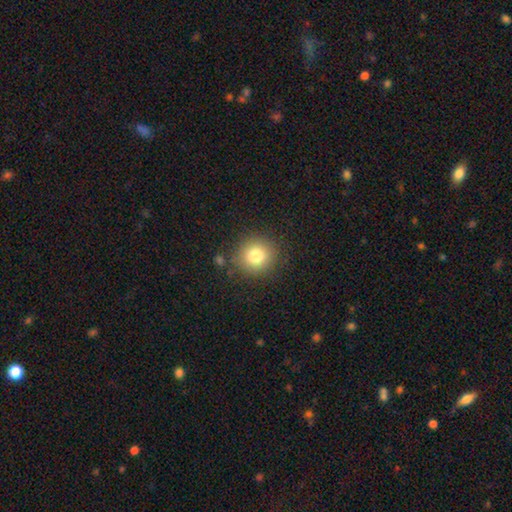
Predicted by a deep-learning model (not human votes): smooth 80%, star or artifact 12%, featured or disk 8%. Down the decision tree: how rounded — round (92%); merging — none (86%).